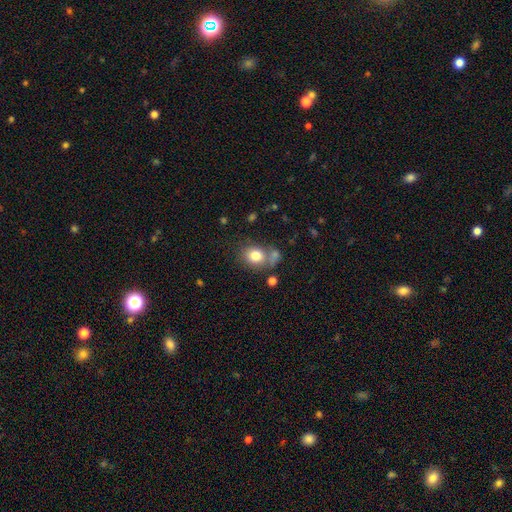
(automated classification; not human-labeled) smooth-or-featured: smooth: 80% | featured or disk: 10% | star or artifact: 10%
  how-rounded: round: 62% | in between: 37% | cigar-shaped: 1%
  merging: none: 57% | merger: 21% | minor disturbance: 15% | major disturbance: 7%